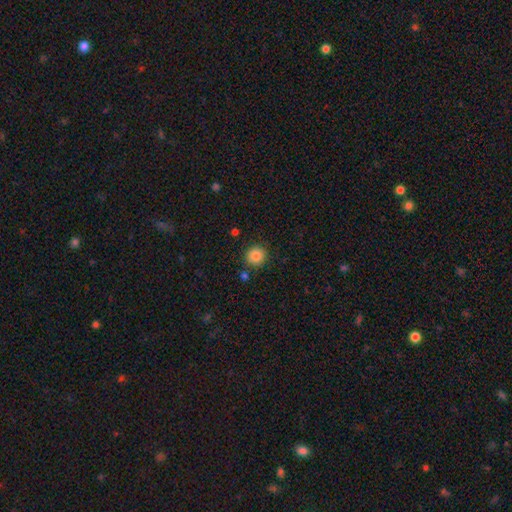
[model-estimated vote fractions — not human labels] Morphology: type=smooth (84%); roundness=round (91%); merging=none (86%).